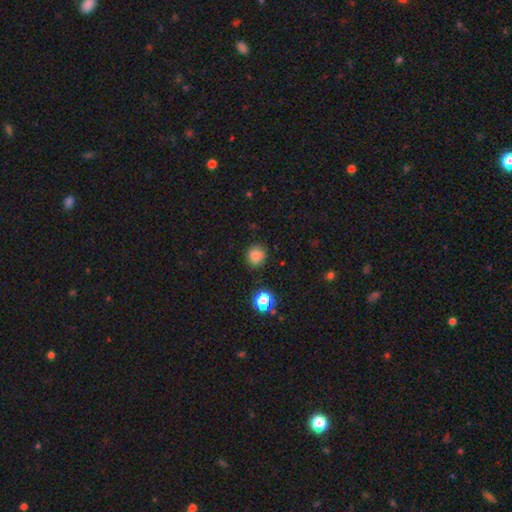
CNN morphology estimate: A smooth galaxy with no disk features (83%) that is round (83%).

Vote fractions:
- Smooth or featured? smooth: 83% / star or artifact: 13% / featured or disk: 4%
- How rounded? round: 83% / in between: 16% / cigar-shaped: 1%
- Merging? none: 84% / minor disturbance: 11% / major disturbance: 3% / merger: 2%